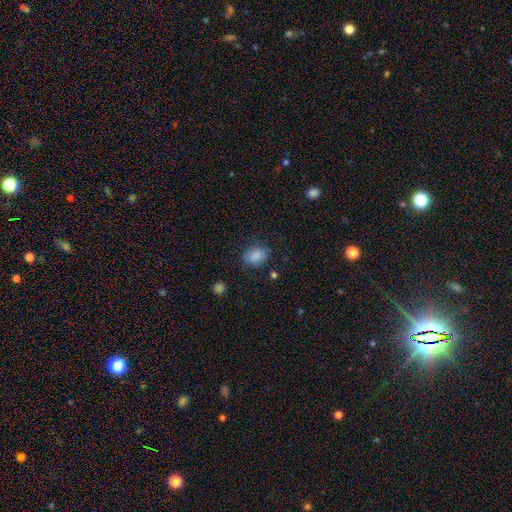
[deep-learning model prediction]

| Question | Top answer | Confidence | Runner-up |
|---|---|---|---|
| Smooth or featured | smooth | 85% | star or artifact (9%) |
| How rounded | in between | 67% | round (32%) |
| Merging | none | 74% | minor disturbance (18%) |